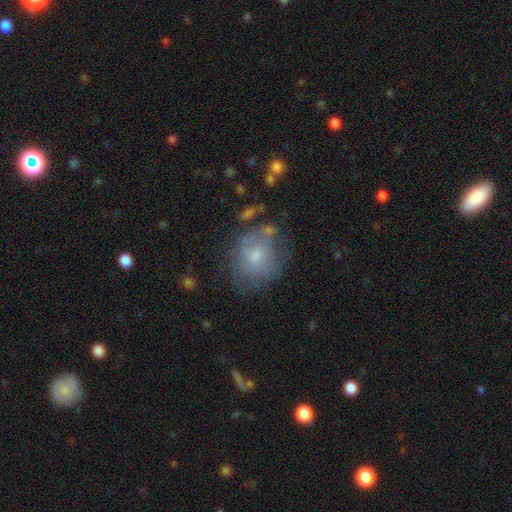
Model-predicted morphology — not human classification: This is possibly a smooth galaxy (59%). How rounded: likely round (67%). Merging: possibly none (49%).